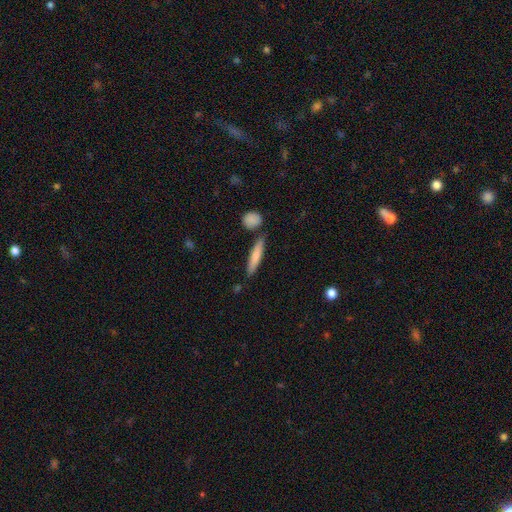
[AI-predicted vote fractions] This is likely a smooth galaxy (72%). How rounded: clearly cigar-shaped (87%). Merging: likely none (79%).